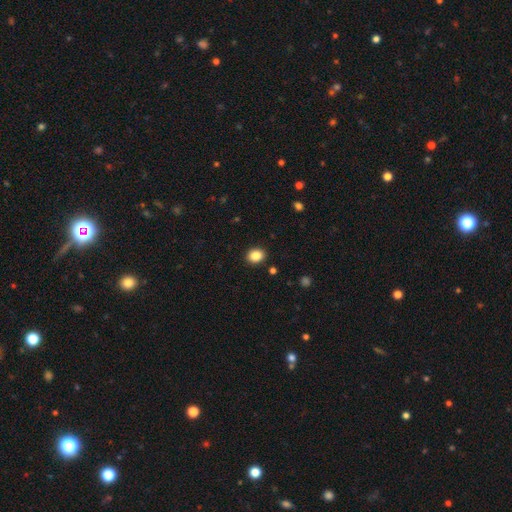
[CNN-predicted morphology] smooth 87%, star or artifact 9%, featured or disk 4%. Down the decision tree: how rounded — round (53%); merging — none (90%).